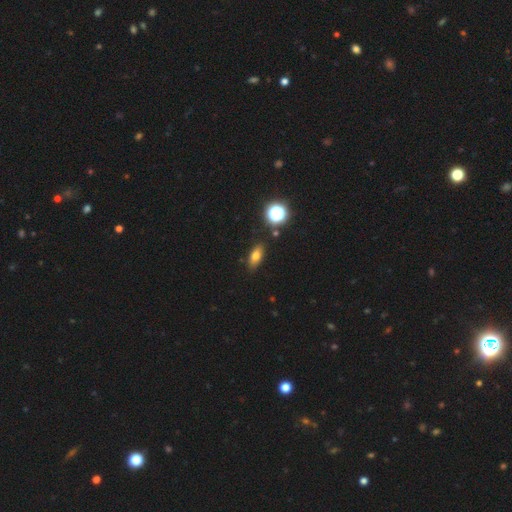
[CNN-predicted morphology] Smooth or featured? smooth (70%)
How rounded? in between (77%)
Merging? none (86%)